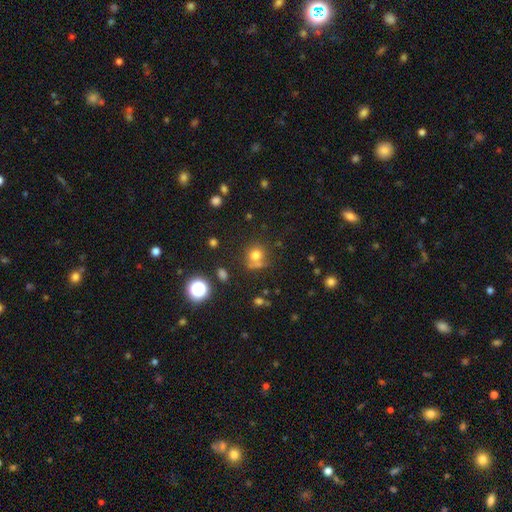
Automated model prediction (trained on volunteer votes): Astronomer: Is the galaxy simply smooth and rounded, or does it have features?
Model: smooth — 72%.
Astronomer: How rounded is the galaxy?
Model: round — 81%.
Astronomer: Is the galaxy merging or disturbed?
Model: none — 60%.